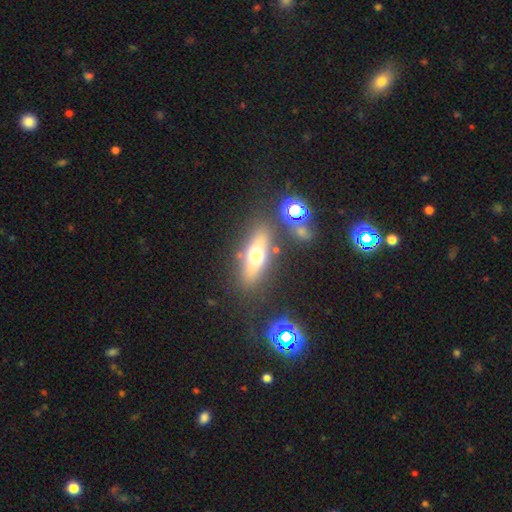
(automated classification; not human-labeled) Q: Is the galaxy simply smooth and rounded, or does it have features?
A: smooth — 53%.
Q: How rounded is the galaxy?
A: in between — 54%.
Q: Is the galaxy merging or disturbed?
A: none — 79%.